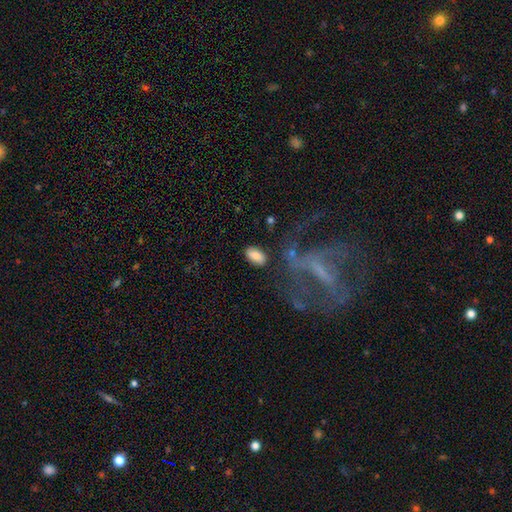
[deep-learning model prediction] smooth_or_featured: smooth (p=0.82) [alt: featured or disk p=0.10]
how_rounded: in between (p=0.92) [alt: round p=0.05]
merging: none (p=0.78) [alt: minor disturbance p=0.12]